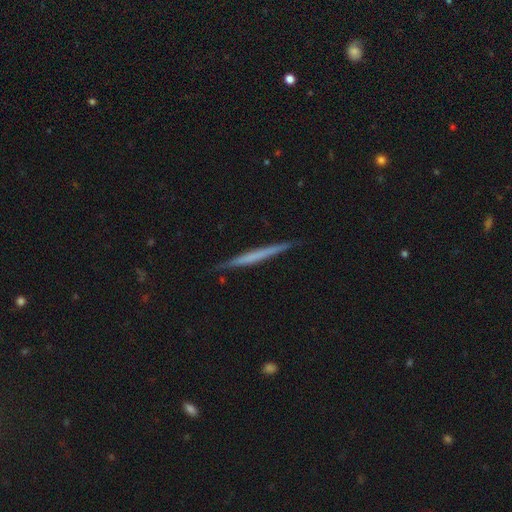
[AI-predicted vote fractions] Morphology: type=featured or disk (50%); edge-on=yes (97%); merging=none (89%).